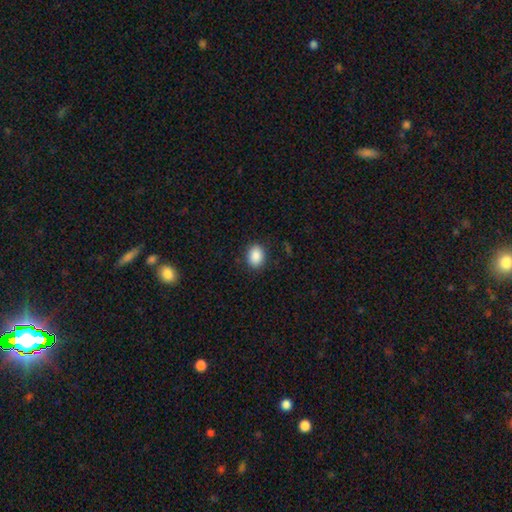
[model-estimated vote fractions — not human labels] Overall: smooth (88%). How rounded: in between (60%; round 39%). Merging: none (87%).